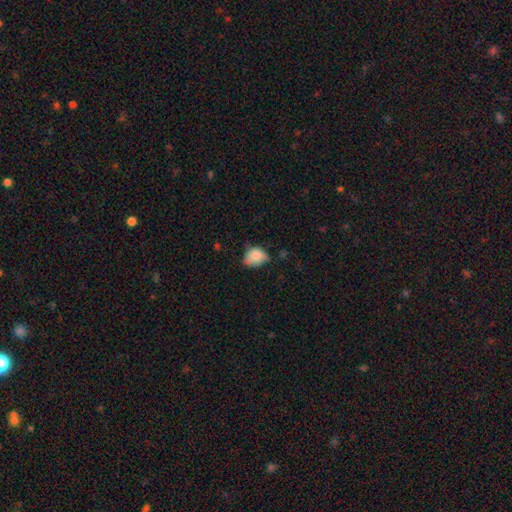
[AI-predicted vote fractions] A smooth galaxy with no disk features (78%) that is in between round and cigar-shaped (56%).

Vote fractions:
- Smooth or featured? smooth: 78% / featured or disk: 13% / star or artifact: 9%
- How rounded? in between: 56% / round: 43% / cigar-shaped: 1%
- Merging? minor disturbance: 45% / none: 40% / major disturbance: 12% / merger: 3%